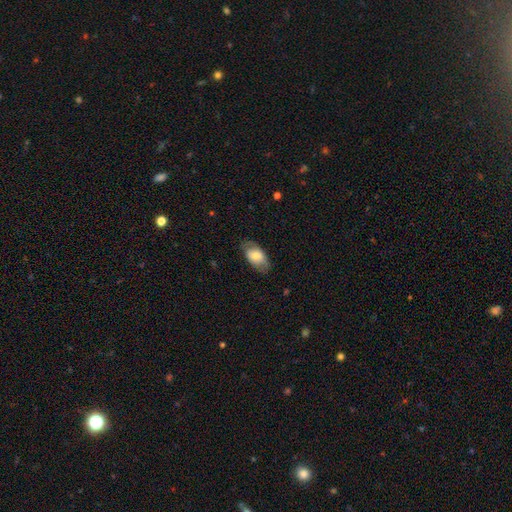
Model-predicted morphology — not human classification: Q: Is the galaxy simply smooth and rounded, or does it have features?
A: smooth — 67%.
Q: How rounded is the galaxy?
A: in between — 91%.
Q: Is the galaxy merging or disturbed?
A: none — 73%.